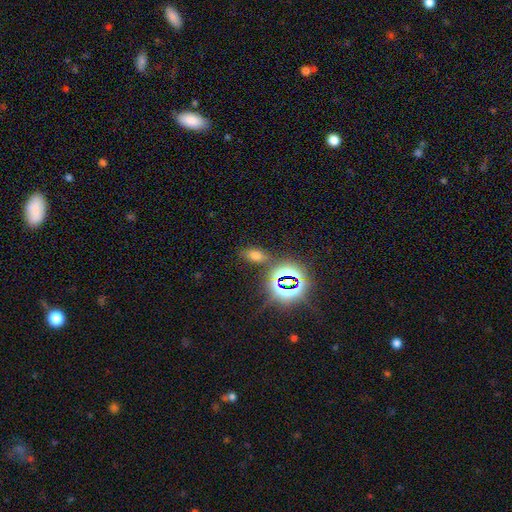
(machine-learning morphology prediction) Smooth or featured? smooth (55%)
How rounded? in between (85%)
Merging? none (76%)